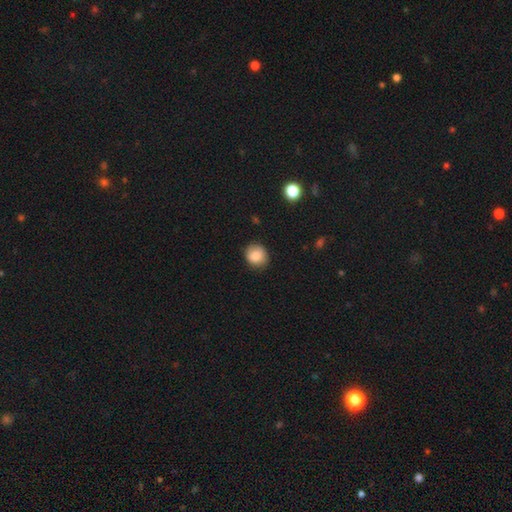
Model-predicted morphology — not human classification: type=smooth (85%); roundness=round (79%); merging=none (83%).